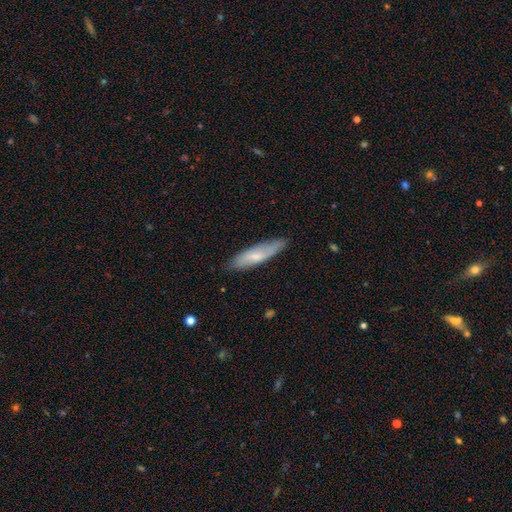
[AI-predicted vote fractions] This is possibly a smooth galaxy (58%). How rounded: likely cigar-shaped (69%). Merging: clearly none (80%).